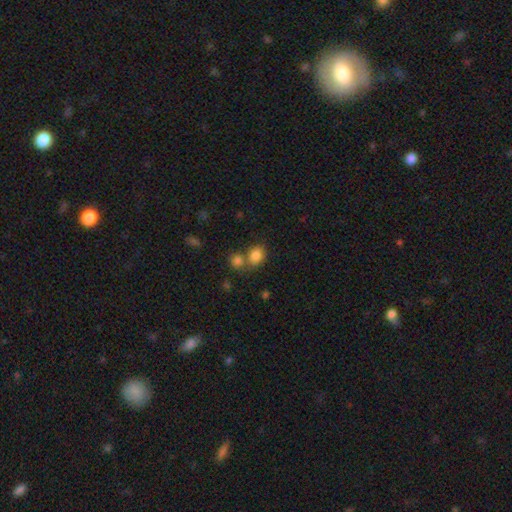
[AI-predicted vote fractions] Smooth or featured?
  - smooth: 83% *
  - star or artifact: 10%
  - featured or disk: 6%
How rounded?
  - round: 51% *
  - in between: 48%
  - cigar-shaped: 1%
Merging?
  - none: 50% *
  - merger: 36%
  - minor disturbance: 10%
  - major disturbance: 4%